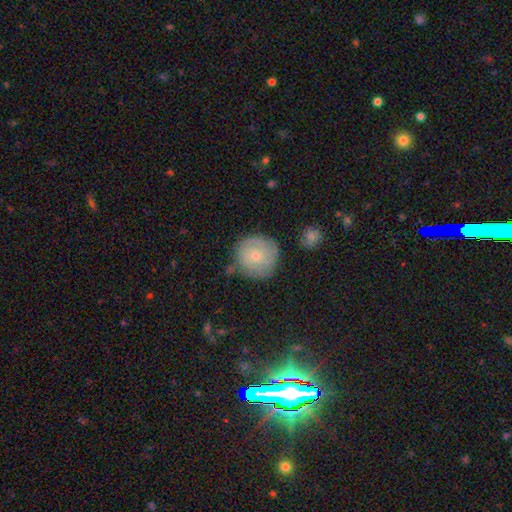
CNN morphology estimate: smooth 57%, featured or disk 36%, star or artifact 8%. Down the decision tree: how rounded — round (92%); merging — none (74%).